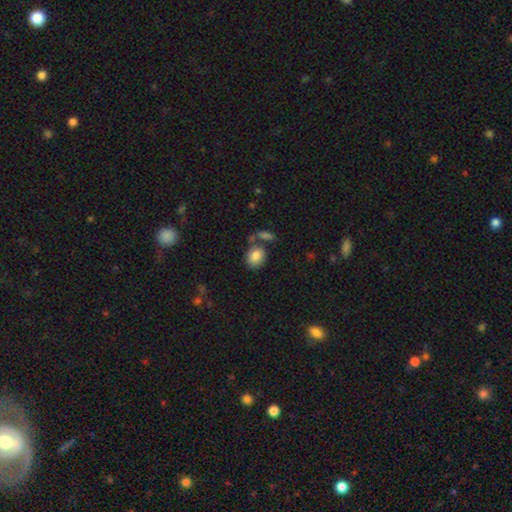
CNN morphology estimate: Overall: smooth (82%). How rounded: round (51%; in between 48%). Merging: none (63%).